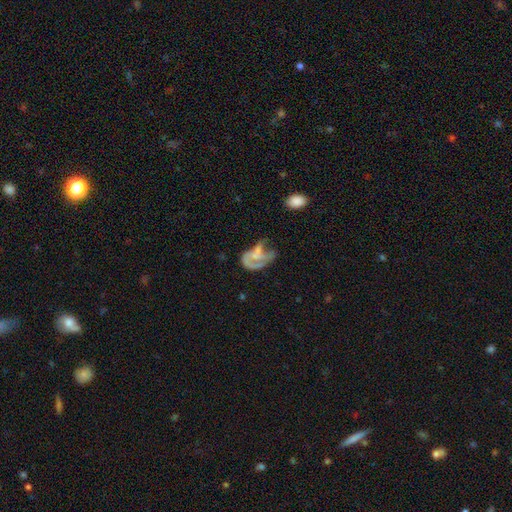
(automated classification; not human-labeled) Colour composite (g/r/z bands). It shows a featured or disk galaxy (63%) with no bar (71%), spiral arms (56%) and no central bulge (40%). Merging: major disturbance (43%).